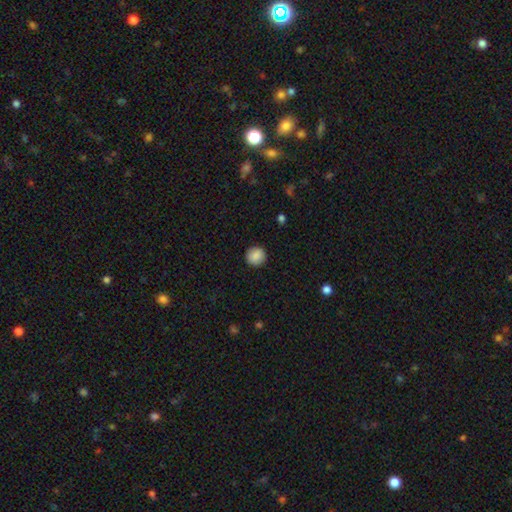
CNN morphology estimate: Smooth or featured: smooth — 89% (star or artifact — 8%)
How rounded: round — 93% (in between — 6%)
Merging: none — 92% (minor disturbance — 5%)